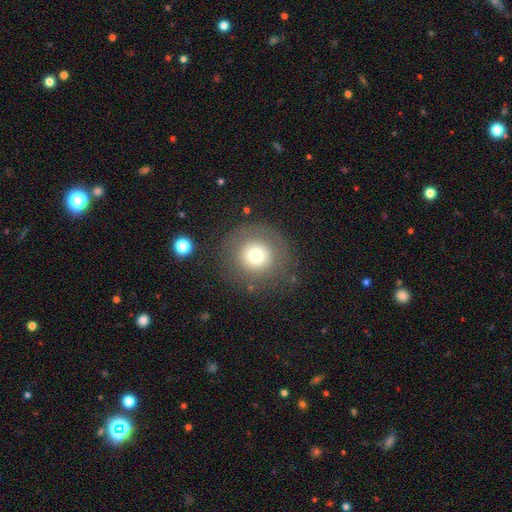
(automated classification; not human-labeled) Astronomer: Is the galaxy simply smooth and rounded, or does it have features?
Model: smooth — 72%.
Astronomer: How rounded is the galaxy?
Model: round — 95%.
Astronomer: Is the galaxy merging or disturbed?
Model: none — 82%.